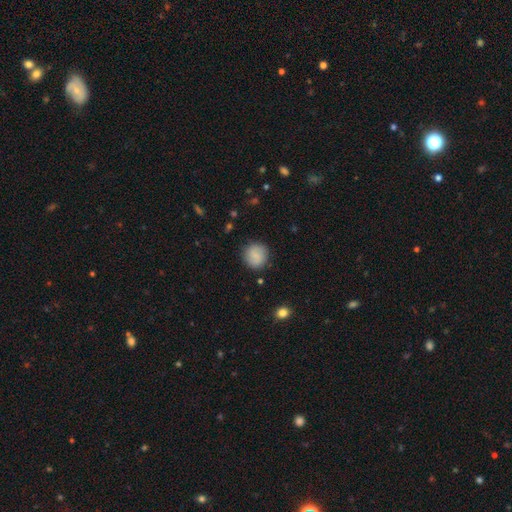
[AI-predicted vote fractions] Morphology: type=smooth (81%); roundness=round (91%); merging=none (85%).